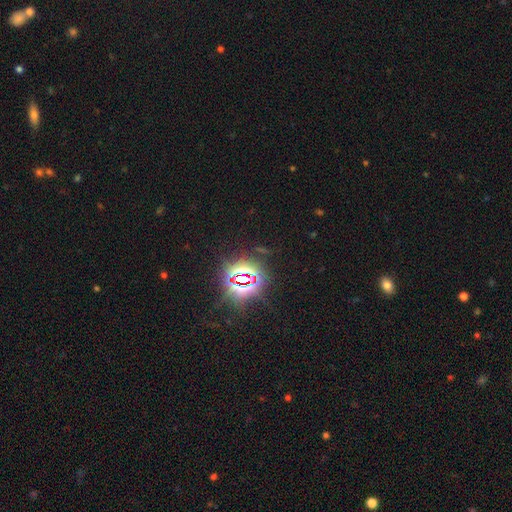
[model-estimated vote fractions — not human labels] Smooth or featured? star or artifact (84%)